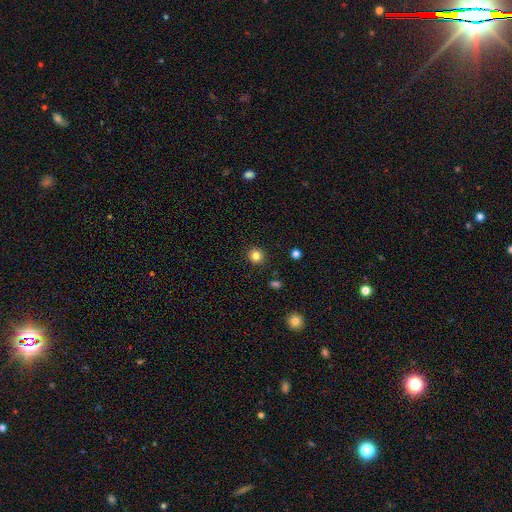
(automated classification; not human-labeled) smooth 84%, star or artifact 12%, featured or disk 5%. Down the decision tree: how rounded — round (92%); merging — none (92%).